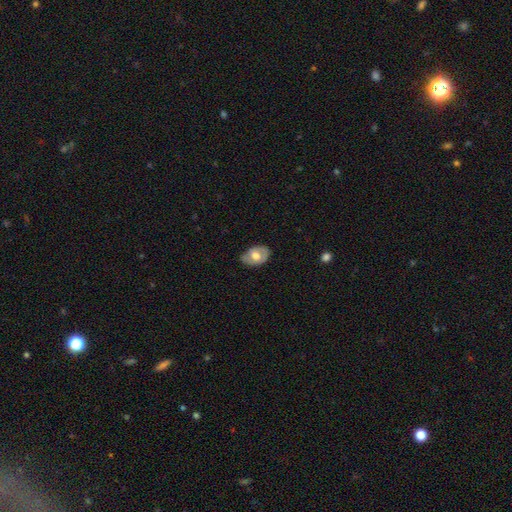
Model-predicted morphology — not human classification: type=smooth (51%); roundness=in between (82%); merging=none (74%).